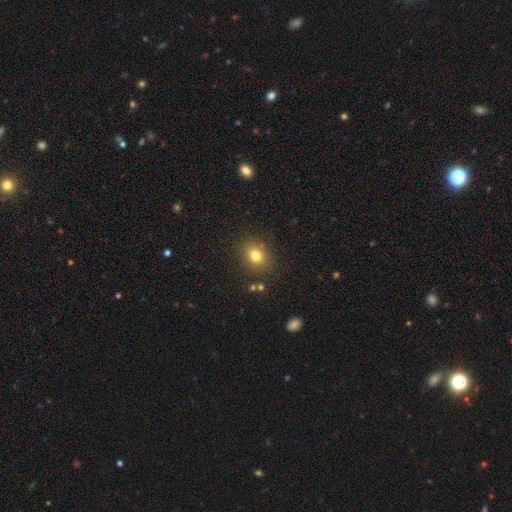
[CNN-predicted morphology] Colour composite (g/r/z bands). It shows a smooth galaxy with no disk features (78%) that is round (57%). Merging: none (85%).